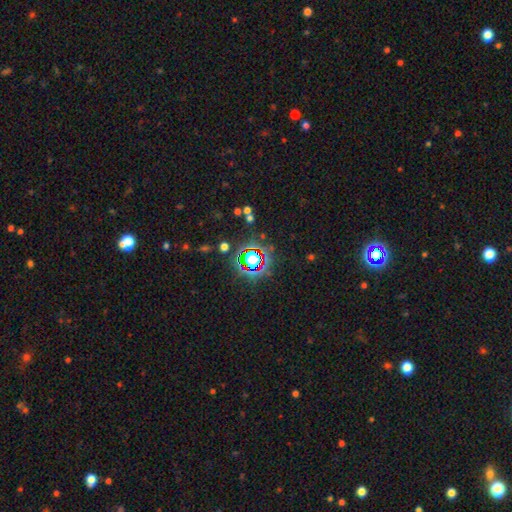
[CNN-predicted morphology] A star or artifact, not a galaxy (69%).

Vote fractions:
- Smooth or featured? star or artifact: 69% / smooth: 20% / featured or disk: 12%